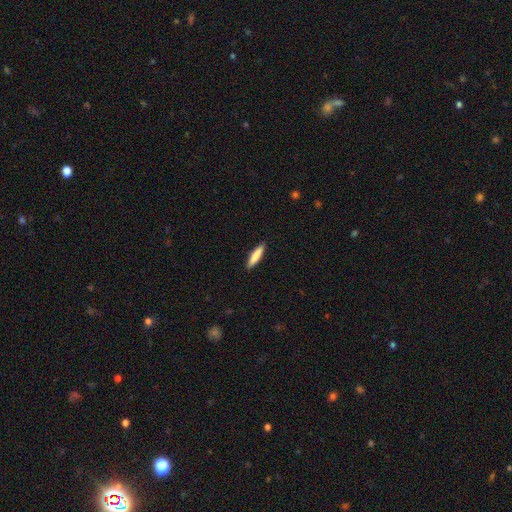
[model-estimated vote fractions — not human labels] This is clearly a smooth galaxy (83%). How rounded: clearly cigar-shaped (82%). Merging: clearly none (91%).